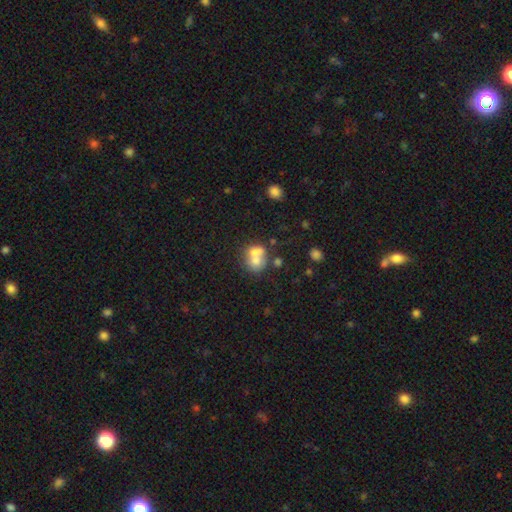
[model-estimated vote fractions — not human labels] Smooth or featured: smooth — 65% (featured or disk — 24%)
How rounded: round — 65% (in between — 34%)
Merging: merger — 60% (none — 27%)